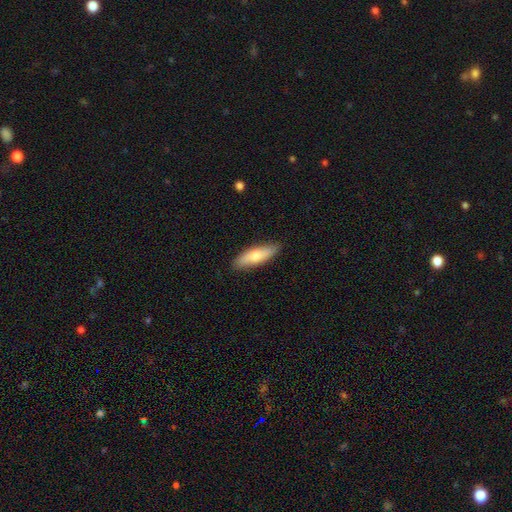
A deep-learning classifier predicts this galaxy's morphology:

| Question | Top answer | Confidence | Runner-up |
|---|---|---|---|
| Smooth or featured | smooth | 67% | featured or disk (27%) |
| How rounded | cigar-shaped | 51% | in between (47%) |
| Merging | none | 87% | minor disturbance (10%) |